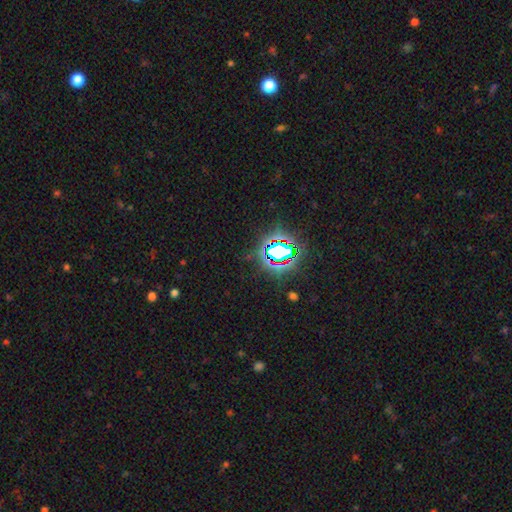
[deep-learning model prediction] Overall: star or artifact (80%).